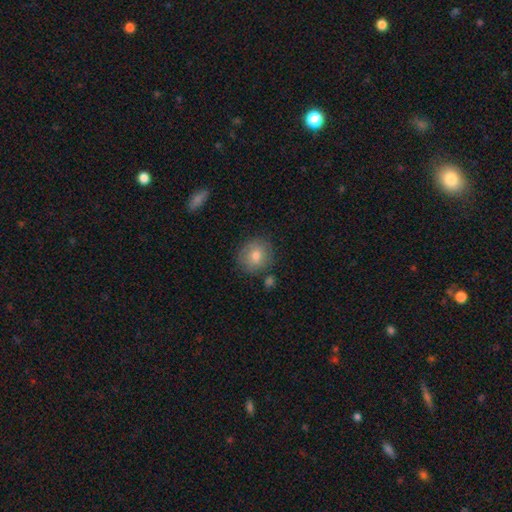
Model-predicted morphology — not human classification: Smooth or featured? smooth (76%)
How rounded? round (85%)
Merging? none (81%)